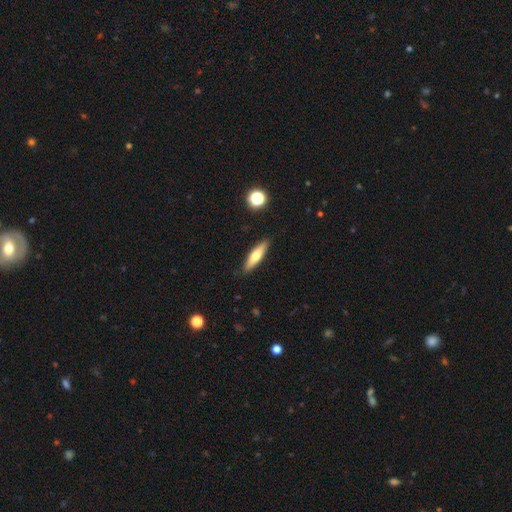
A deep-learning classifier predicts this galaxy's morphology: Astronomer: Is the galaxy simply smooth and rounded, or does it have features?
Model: smooth — 61%.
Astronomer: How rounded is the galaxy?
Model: cigar-shaped — 67%.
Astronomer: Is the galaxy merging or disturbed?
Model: none — 89%.